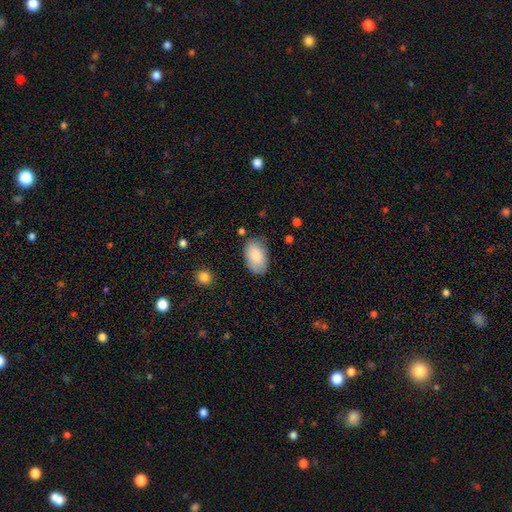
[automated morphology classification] smooth_or_featured: smooth (p=0.86) [alt: featured or disk p=0.08]
how_rounded: in between (p=0.94) [alt: round p=0.05]
merging: none (p=0.76) [alt: minor disturbance p=0.18]